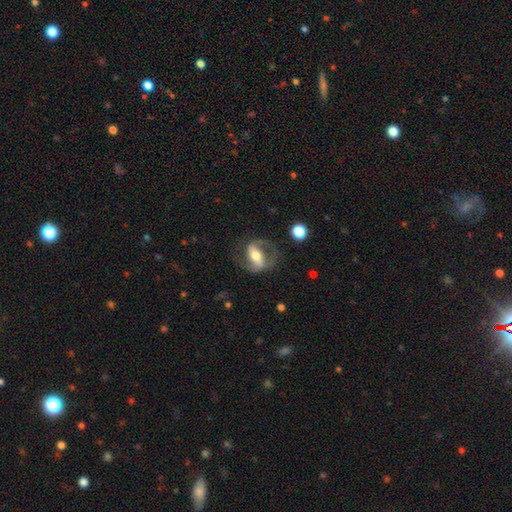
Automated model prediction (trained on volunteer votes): A featured or disk galaxy (81%) with a strong bar (58%), 2 (87%) medium (53%) spiral arms (88%) and a moderate central bulge (64%). Merging: none (69%).